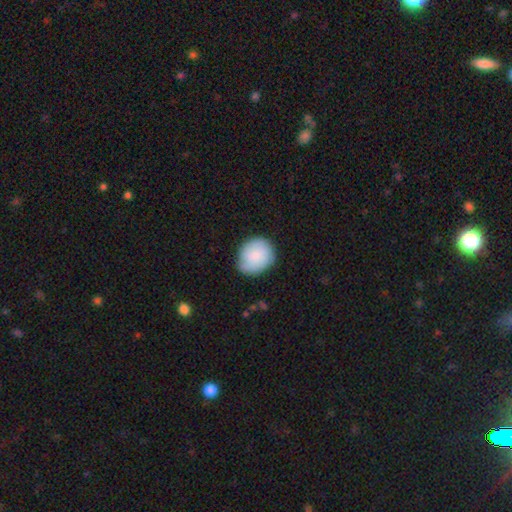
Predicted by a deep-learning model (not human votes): This is likely a smooth galaxy (79%). How rounded: likely round (69%). Merging: likely none (71%).